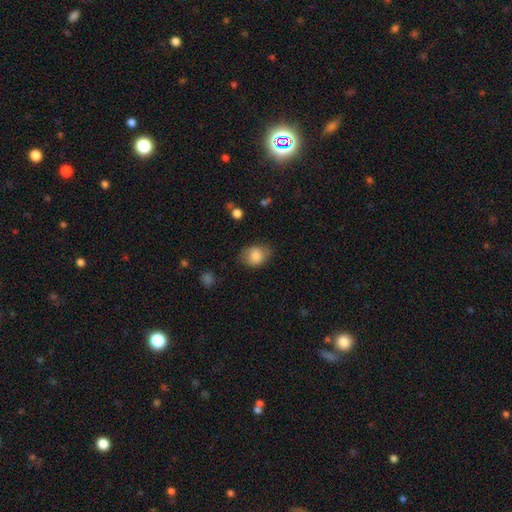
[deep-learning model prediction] smooth 82%, featured or disk 10%, star or artifact 8%. Down the decision tree: how rounded — in between (58%); merging — none (71%).